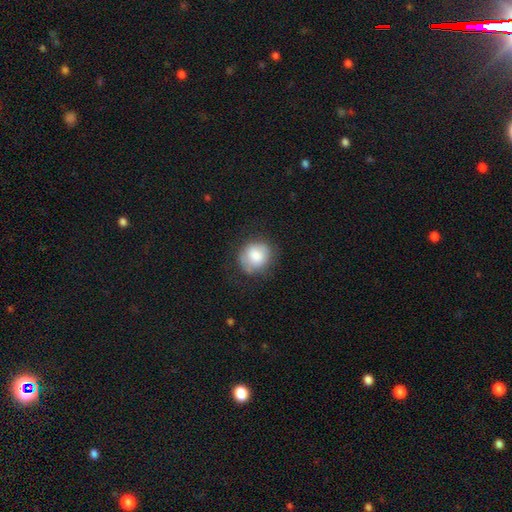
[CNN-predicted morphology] A smooth galaxy with no disk features (78%) that is round (80%). Merging: none (70%).